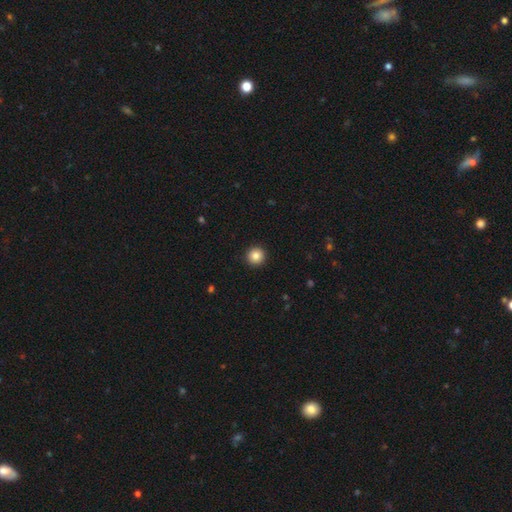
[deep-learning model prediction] smooth_or_featured: smooth (p=0.85) [alt: star or artifact p=0.10]
how_rounded: round (p=0.96) [alt: in between p=0.03]
merging: none (p=0.93) [alt: minor disturbance p=0.04]